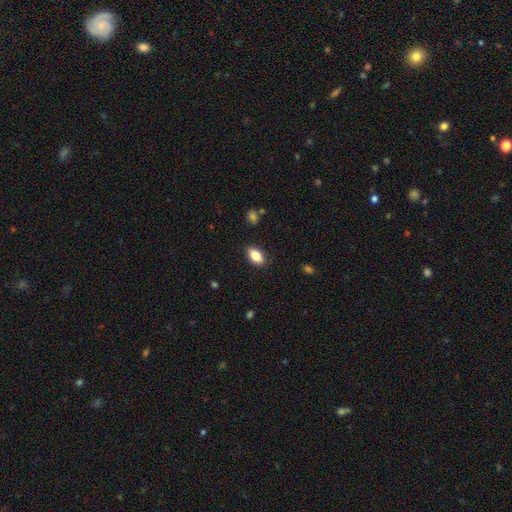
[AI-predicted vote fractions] A smooth galaxy with no disk features (84%) that is in between round and cigar-shaped (91%). Merging: none (87%).